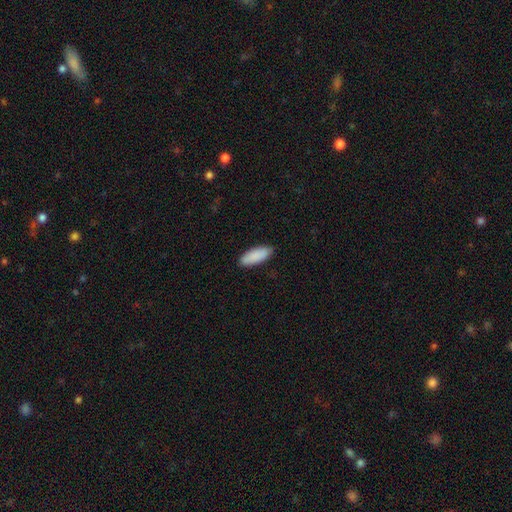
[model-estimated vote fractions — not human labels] A smooth galaxy with no disk features (90%) that is in between round and cigar-shaped (76%).

Vote fractions:
- Smooth or featured? smooth: 90% / star or artifact: 5% / featured or disk: 5%
- How rounded? in between: 76% / cigar-shaped: 23% / round: 2%
- Merging? none: 88% / minor disturbance: 9% / major disturbance: 2% / merger: 1%